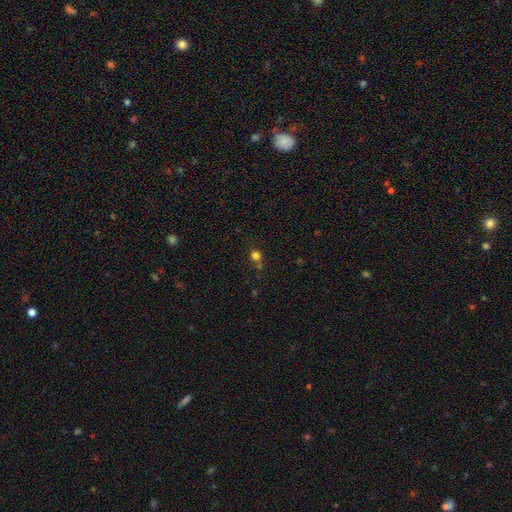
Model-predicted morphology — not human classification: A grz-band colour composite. It shows a smooth galaxy with no disk features (75%) that is round (89%). Merging: none (67%).